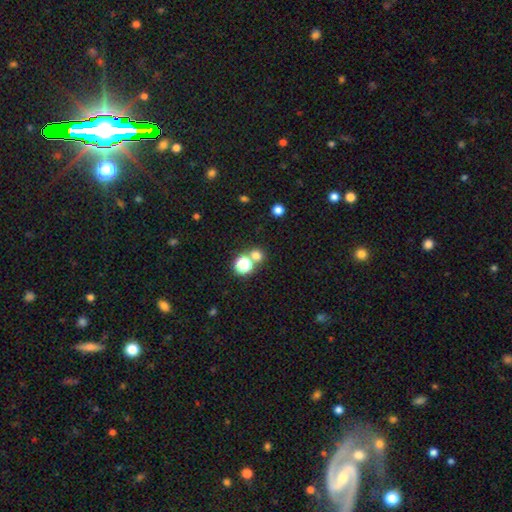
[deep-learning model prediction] This is likely a smooth galaxy (69%). How rounded: clearly round (85%). Merging: likely none (64%).